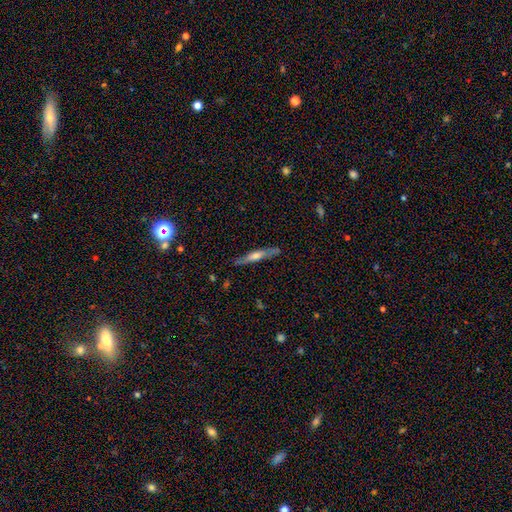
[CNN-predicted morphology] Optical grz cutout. It shows a featured or disk galaxy (59%) viewed edge-on (91%) with a rounded central bulge (70%). Merging: none (83%).